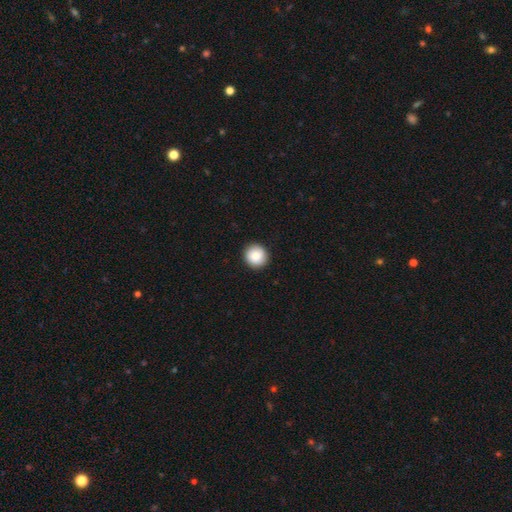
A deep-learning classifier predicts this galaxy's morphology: Smooth or featured?
  - smooth: 85% *
  - star or artifact: 8%
  - featured or disk: 7%
How rounded?
  - round: 94% *
  - in between: 5%
  - cigar-shaped: 1%
Merging?
  - none: 93% *
  - minor disturbance: 5%
  - major disturbance: 1%
  - merger: 1%